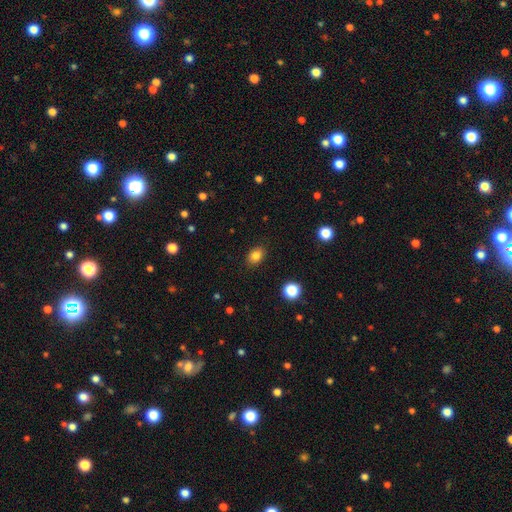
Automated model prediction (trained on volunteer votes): Smooth or featured: smooth — 83% (star or artifact — 11%)
How rounded: in between — 68% (round — 31%)
Merging: none — 87% (minor disturbance — 9%)